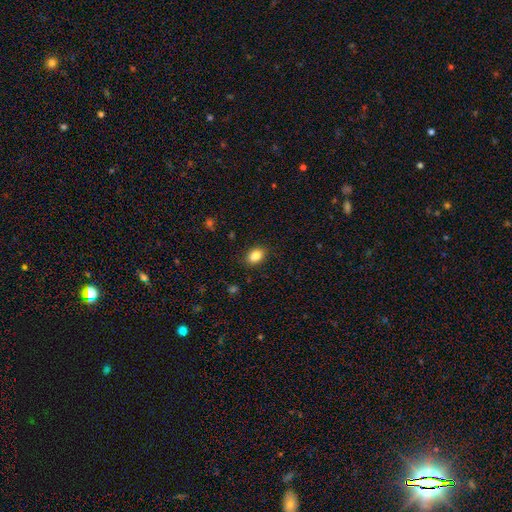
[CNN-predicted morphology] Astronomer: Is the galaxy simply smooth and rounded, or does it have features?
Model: smooth — 86%.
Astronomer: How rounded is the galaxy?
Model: in between — 81%.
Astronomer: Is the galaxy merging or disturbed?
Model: none — 86%.